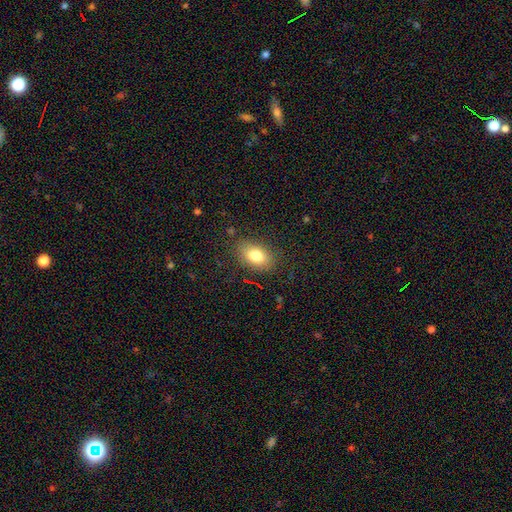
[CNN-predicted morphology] Overall: smooth (80%). How rounded: in between (85%). Merging: none (83%).